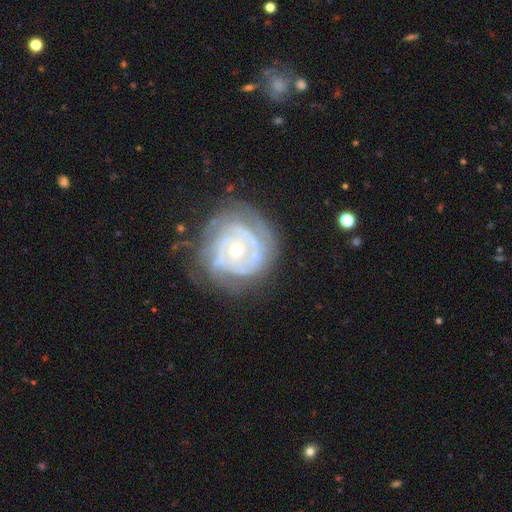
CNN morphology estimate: Smooth or featured?
  - featured or disk: 80% *
  - smooth: 14%
  - star or artifact: 6%
Edge-on disk?
  - no: 97% *
  - yes: 3%
Bar?
  - no: 81% *
  - weak: 15%
  - strong: 4%
Spiral arms?
  - yes: 78% *
  - no: 22%
Spiral winding?
  - tight: 71% *
  - medium: 21%
  - loose: 8%
Spiral arm count?
  - can't tell: 45% *
  - 2: 22%
  - 3: 14%
  - 1: 8%
  - 4: 6%
  - more than 4: 5%
Bulge size?
  - moderate: 51% *
  - small: 44%
  - large: 2%
  - none: 1%
  - dominant: 1%
Merging?
  - none: 60% *
  - minor disturbance: 23%
  - major disturbance: 15%
  - merger: 2%